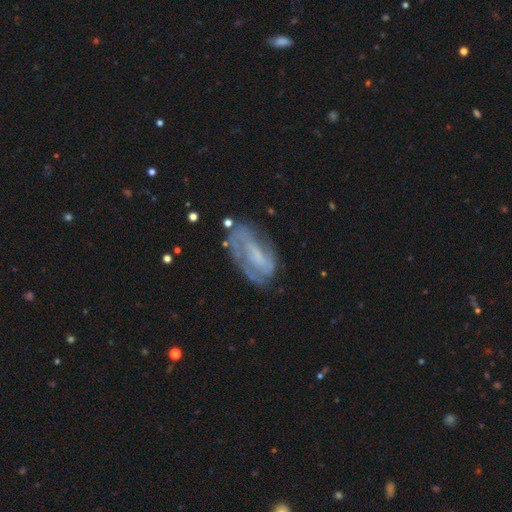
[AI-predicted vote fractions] Smooth or featured: featured or disk — 68% (smooth — 24%)
Edge-on disk: no — 93% (yes — 7%)
Bar: no — 44% (weak — 39%)
Spiral arms: yes — 72% (no — 28%)
Bulge size: none — 37% (small — 36%)
Merging: none — 57% (minor disturbance — 24%)